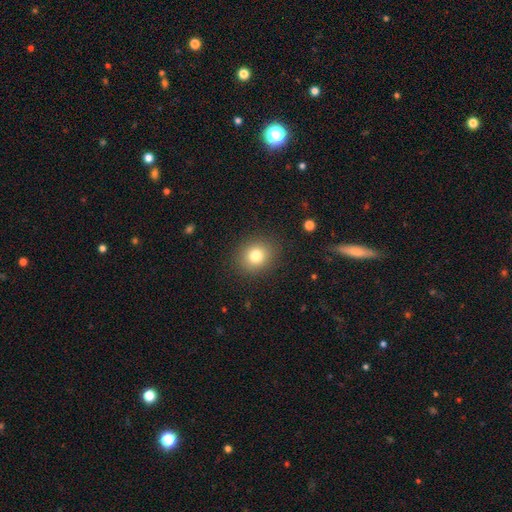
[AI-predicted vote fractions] This is likely a smooth galaxy (79%). How rounded: likely round (76%). Merging: clearly none (88%).